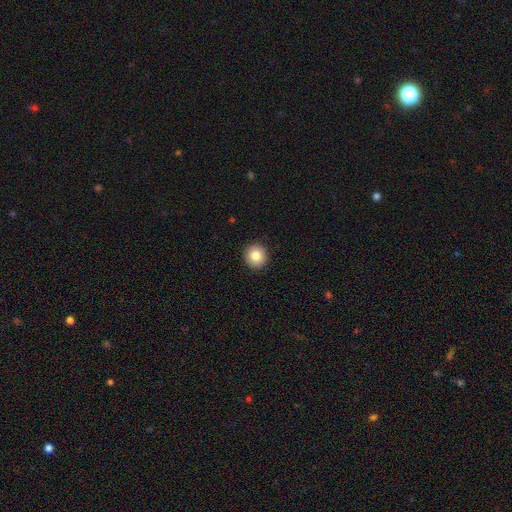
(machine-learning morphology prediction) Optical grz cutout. It shows a smooth galaxy with no disk features (83%) that is round (93%). Merging: none (93%).